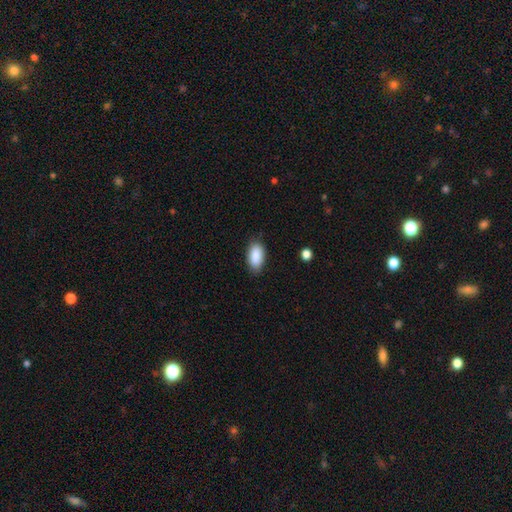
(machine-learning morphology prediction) smooth_or_featured: smooth (p=0.89) [alt: star or artifact p=0.06]
how_rounded: in between (p=0.94) [alt: round p=0.03]
merging: none (p=0.84) [alt: minor disturbance p=0.12]